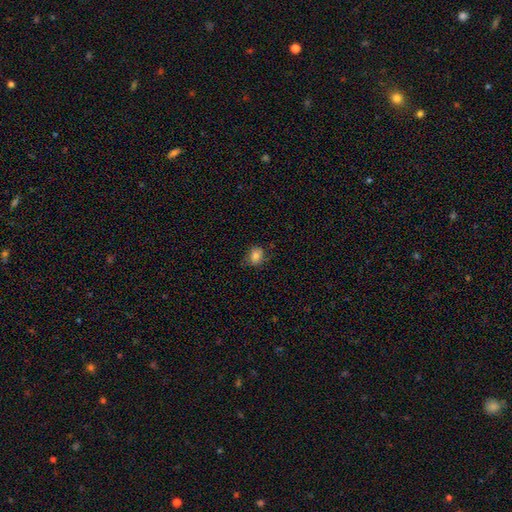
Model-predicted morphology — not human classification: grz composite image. It shows a smooth galaxy with no disk features (81%) that is round (53%). Merging: none (71%).